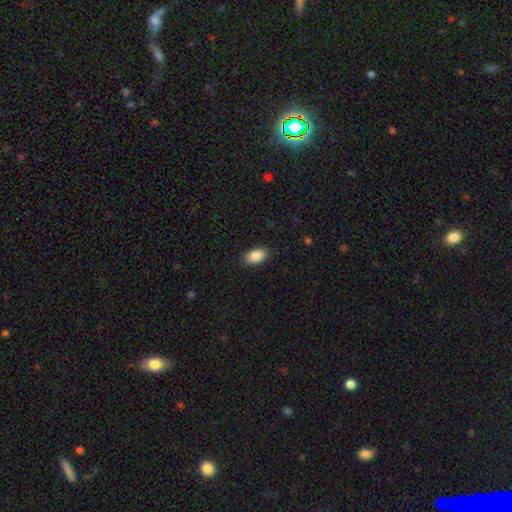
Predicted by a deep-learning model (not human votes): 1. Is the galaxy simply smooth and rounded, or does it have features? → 88% smooth, 7% star or artifact, 5% featured or disk.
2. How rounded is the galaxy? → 93% in between, 5% round, 2% cigar-shaped.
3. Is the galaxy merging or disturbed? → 89% none, 8% minor disturbance, 2% major disturbance, 1% merger.